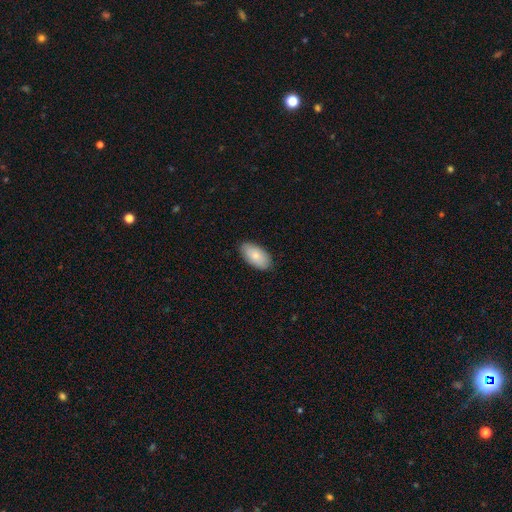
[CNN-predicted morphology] Q: Smooth or featured?
A: smooth (83%); runner-up: featured or disk (11%)
Q: How rounded?
A: in between (95%); runner-up: cigar-shaped (2%)
Q: Merging?
A: none (88%); runner-up: minor disturbance (10%)